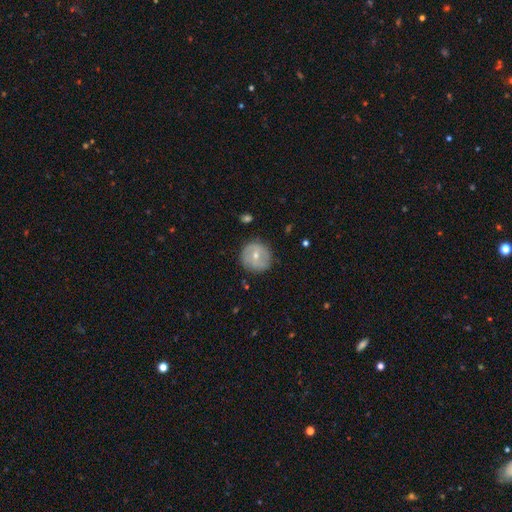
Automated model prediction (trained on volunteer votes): This appears to be a featured or disk galaxy (51%). Merging: none (81%).